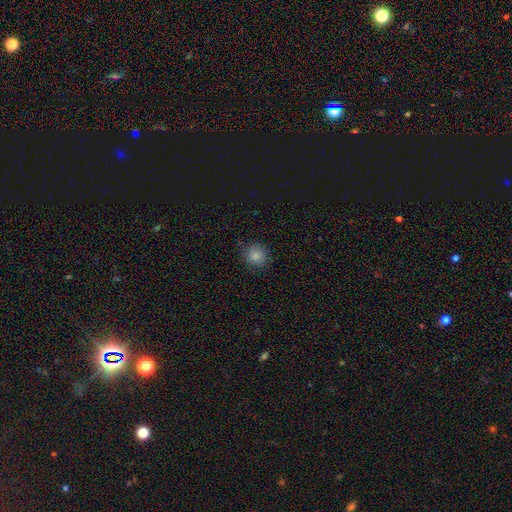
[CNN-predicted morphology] smooth_or_featured: smooth (p=0.84) [alt: star or artifact p=0.11]
how_rounded: round (p=0.86) [alt: in between p=0.13]
merging: none (p=0.85) [alt: minor disturbance p=0.11]